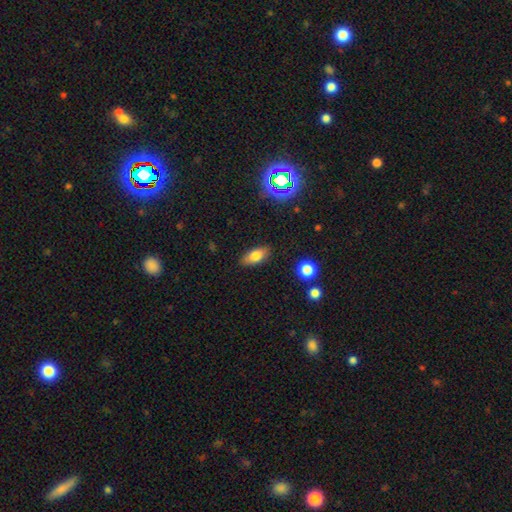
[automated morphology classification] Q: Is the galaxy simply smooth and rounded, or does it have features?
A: smooth — 78%.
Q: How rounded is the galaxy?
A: in between — 87%.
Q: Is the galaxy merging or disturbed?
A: none — 86%.